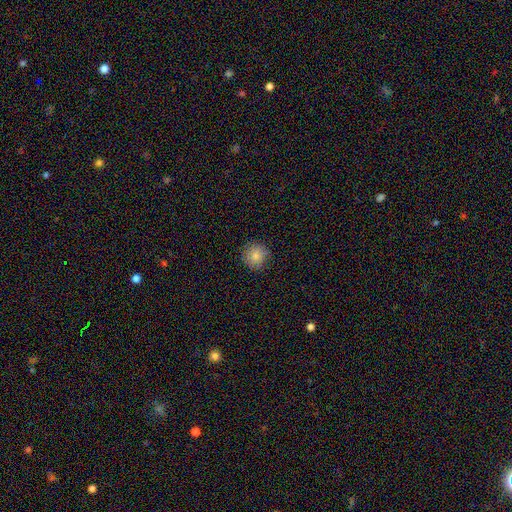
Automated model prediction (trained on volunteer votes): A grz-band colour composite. It shows a smooth galaxy with no disk features (80%) that is round (92%). Merging: none (84%).